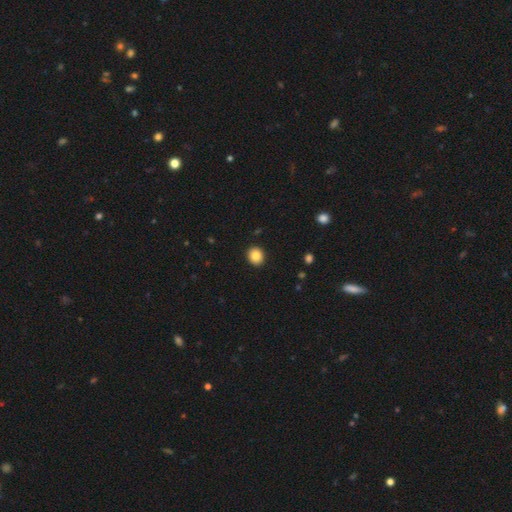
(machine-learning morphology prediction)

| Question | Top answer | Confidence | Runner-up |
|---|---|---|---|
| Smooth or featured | smooth | 86% | star or artifact (9%) |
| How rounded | round | 72% | in between (27%) |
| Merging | none | 91% | minor disturbance (6%) |